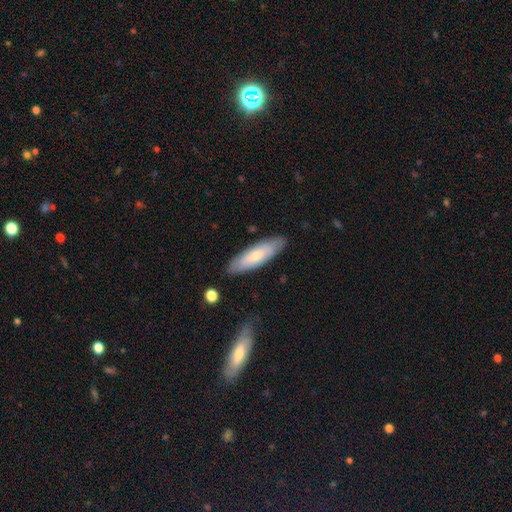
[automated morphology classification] Smooth or featured? Predicted: smooth (p=0.65). How rounded? Predicted: cigar-shaped (p=0.55). Merging? Predicted: none (p=0.84).